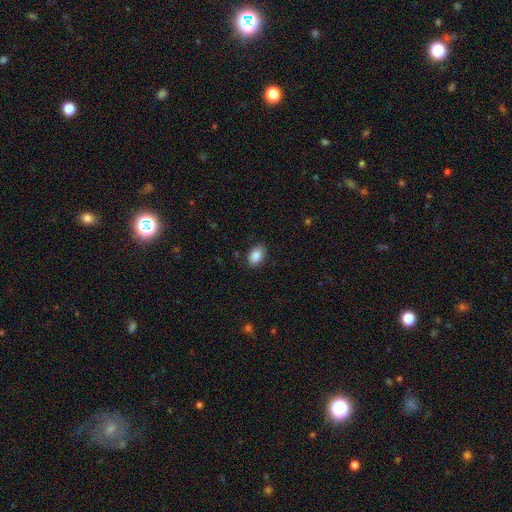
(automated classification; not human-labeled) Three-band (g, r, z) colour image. It shows a smooth galaxy with no disk features (87%) that is in between round and cigar-shaped (87%). Merging: none (86%).